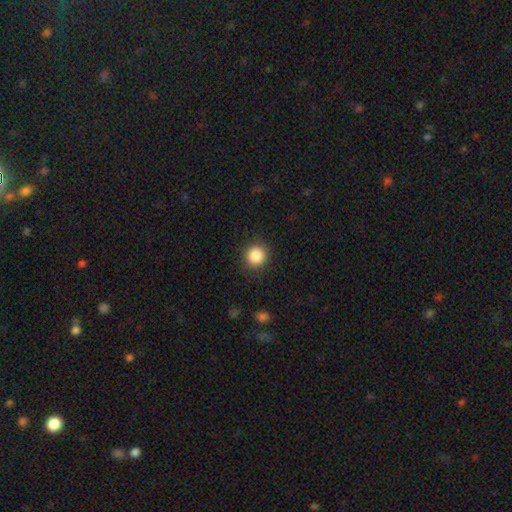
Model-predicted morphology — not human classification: Smooth or featured?
  - smooth: 87% *
  - star or artifact: 10%
  - featured or disk: 4%
How rounded?
  - round: 93% *
  - in between: 6%
  - cigar-shaped: 1%
Merging?
  - none: 90% *
  - minor disturbance: 7%
  - major disturbance: 2%
  - merger: 1%